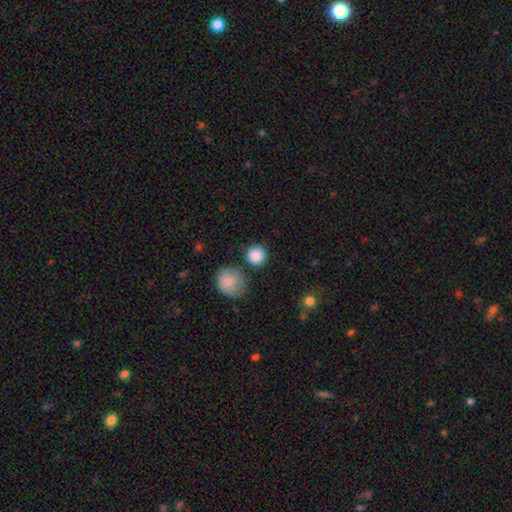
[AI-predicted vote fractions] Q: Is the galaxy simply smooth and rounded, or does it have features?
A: smooth — 87%.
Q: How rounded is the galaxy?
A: round — 92%.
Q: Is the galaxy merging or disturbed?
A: none — 78%.